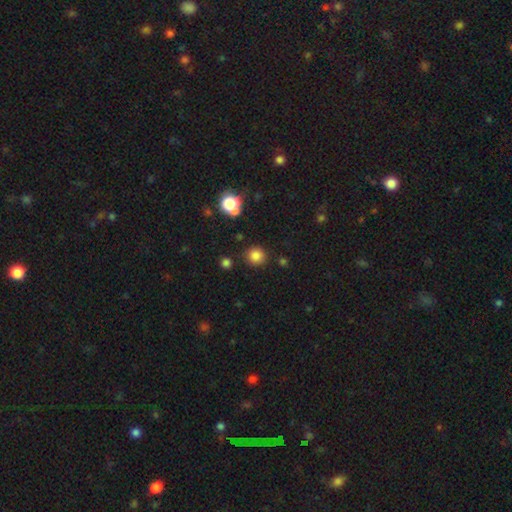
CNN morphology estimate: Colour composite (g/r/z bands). It shows a smooth galaxy with no disk features (82%) that is round (92%). Merging: none (87%).